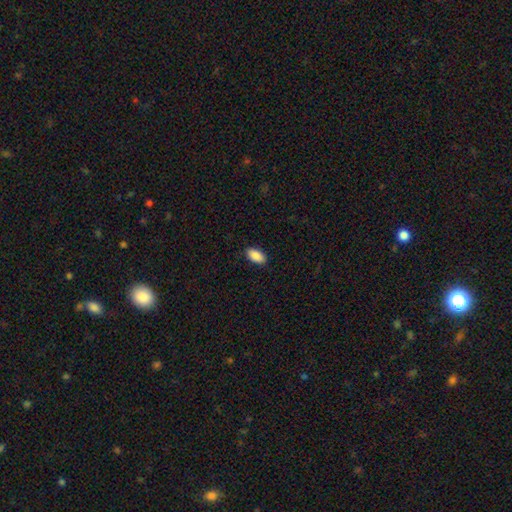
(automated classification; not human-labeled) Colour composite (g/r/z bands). It shows a smooth galaxy with no disk features (90%) that is in between round and cigar-shaped (94%). Merging: none (89%).